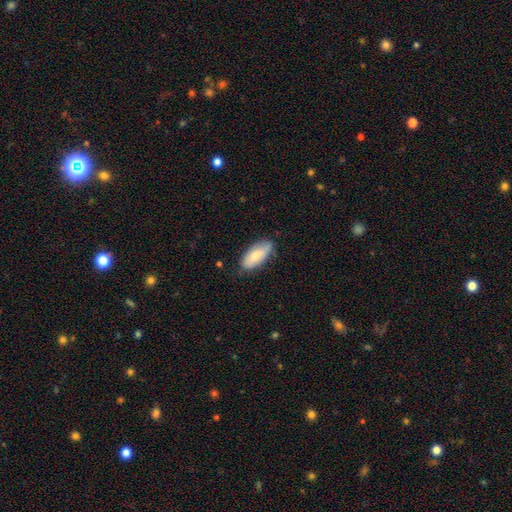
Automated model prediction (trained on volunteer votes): Smooth or featured? smooth (80%)
How rounded? in between (87%)
Merging? none (72%)